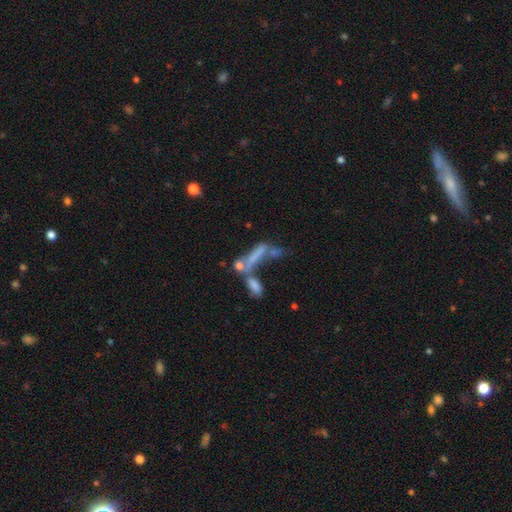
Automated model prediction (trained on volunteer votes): smooth_or_featured: smooth (p=0.49) [alt: featured or disk p=0.36]
merging: merger (p=0.54) [alt: none p=0.19]